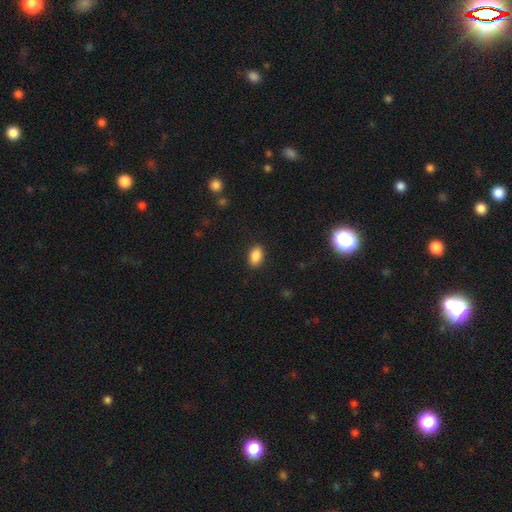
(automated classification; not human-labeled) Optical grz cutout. It shows a smooth galaxy with no disk features (88%) that is in between round and cigar-shaped (87%). Merging: none (89%).